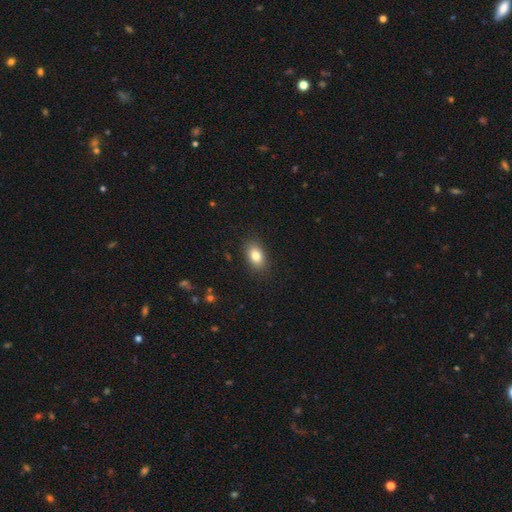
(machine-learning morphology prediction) Smooth or featured? smooth (83%)
How rounded? in between (87%)
Merging? none (87%)